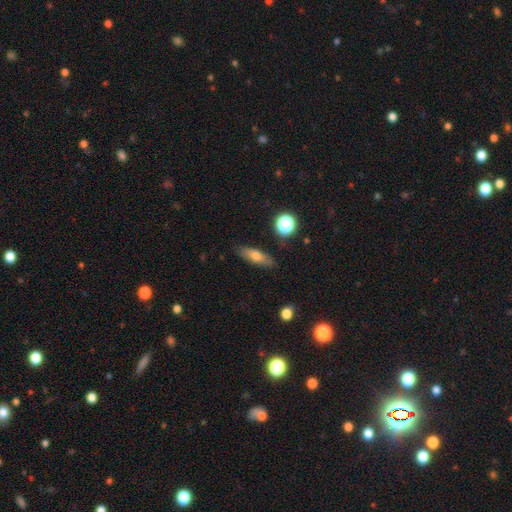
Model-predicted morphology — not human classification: type=smooth (68%); roundness=in between (53%); merging=none (84%).